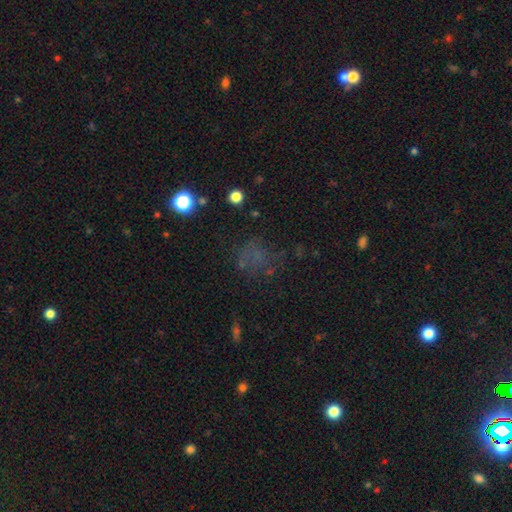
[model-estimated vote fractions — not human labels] This appears to be a smooth galaxy with no disk features (47%). Merging: none (56%).